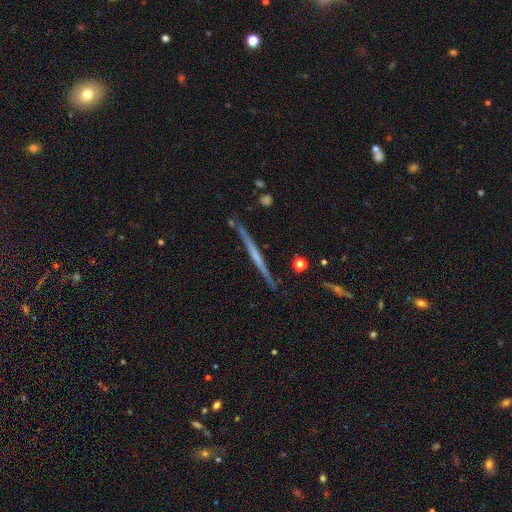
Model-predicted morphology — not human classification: A featured or disk galaxy (67%) viewed edge-on (98%) with no central bulge (77%).

Vote fractions:
- Smooth or featured? featured or disk: 67% / smooth: 27% / star or artifact: 6%
- Edge-on disk? yes: 98% / no: 2%
- Edge-on bulge? none: 77% / rounded: 16% / boxy: 7%
- Merging? none: 89% / minor disturbance: 8% / merger: 2% / major disturbance: 2%